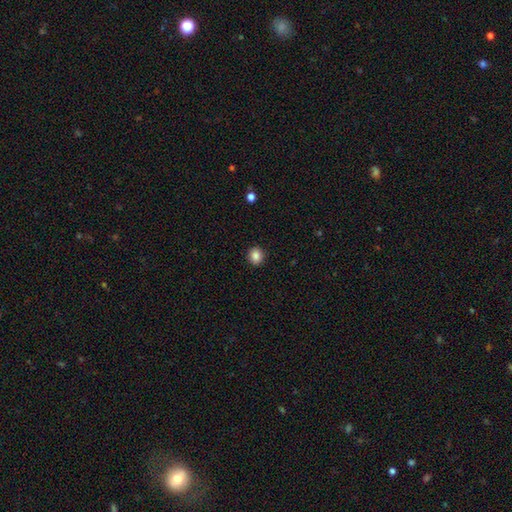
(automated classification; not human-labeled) Morphology: type=smooth (86%); roundness=round (80%); merging=none (91%).